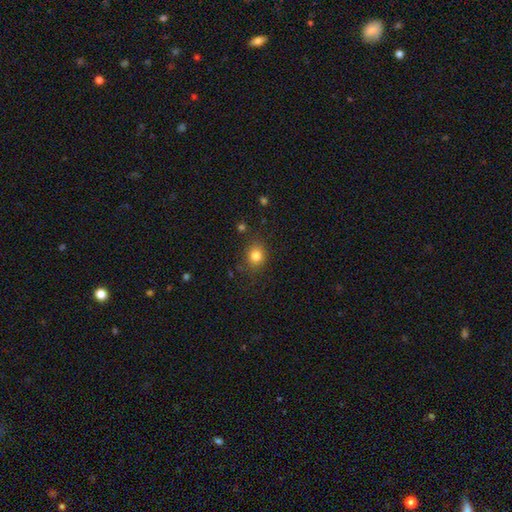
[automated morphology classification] smooth 82%, star or artifact 12%, featured or disk 6%. Down the decision tree: how rounded — round (73%); merging — none (82%).